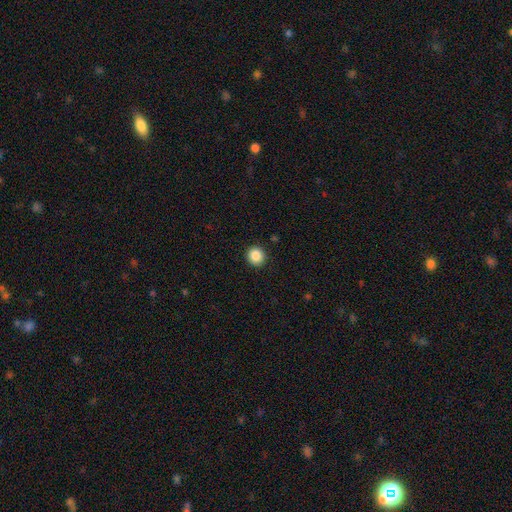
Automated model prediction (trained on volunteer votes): smooth_or_featured: smooth (p=0.87) [alt: star or artifact p=0.09]
how_rounded: round (p=0.92) [alt: in between p=0.07]
merging: none (p=0.92) [alt: minor disturbance p=0.06]